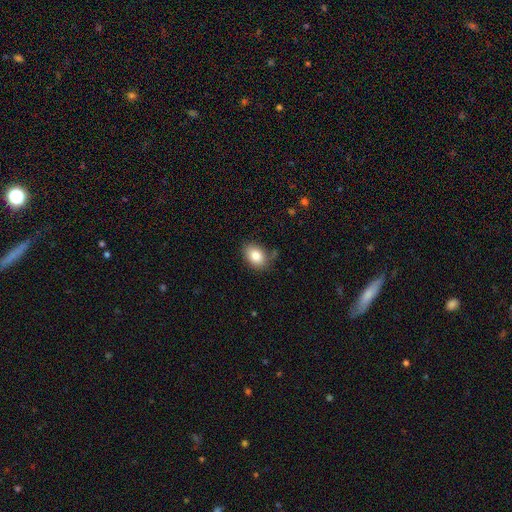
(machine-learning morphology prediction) This appears to be a smooth galaxy with no disk features (84%) that is in between round and cigar-shaped (81%). Merging: none (77%).